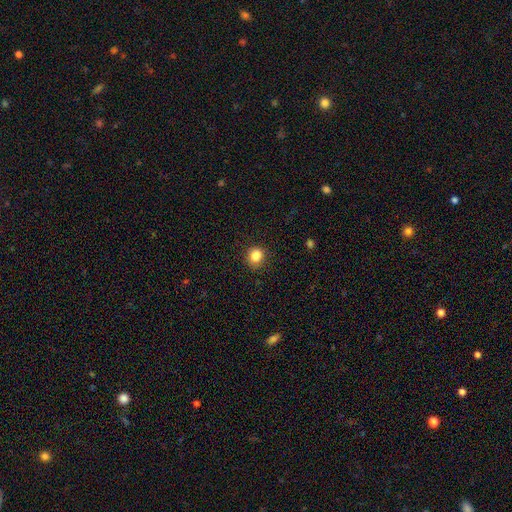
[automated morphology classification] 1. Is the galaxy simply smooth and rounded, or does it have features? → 85% smooth, 11% star or artifact, 4% featured or disk.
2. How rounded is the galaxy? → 73% round, 26% in between, 1% cigar-shaped.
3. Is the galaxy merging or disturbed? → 83% none, 12% minor disturbance, 3% major disturbance, 1% merger.